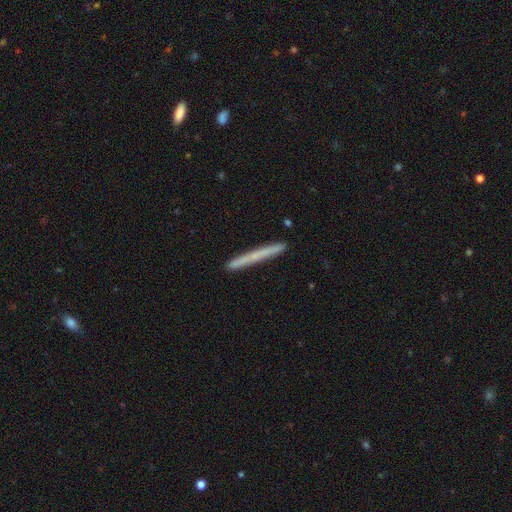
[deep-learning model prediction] Smooth or featured? smooth (54%)
How rounded? cigar-shaped (97%)
Merging? none (90%)